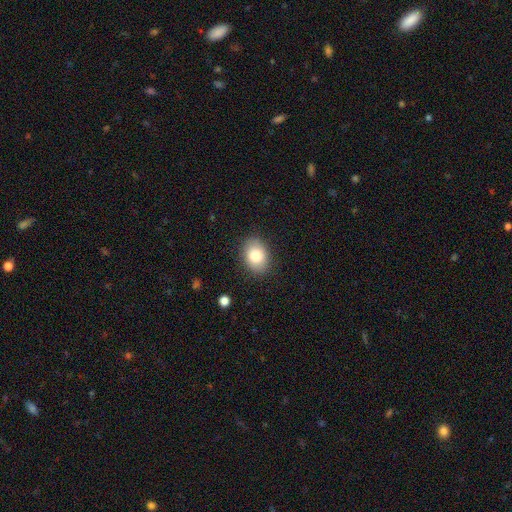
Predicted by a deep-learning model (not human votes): Smooth or featured? smooth (84%)
How rounded? in between (71%)
Merging? none (86%)